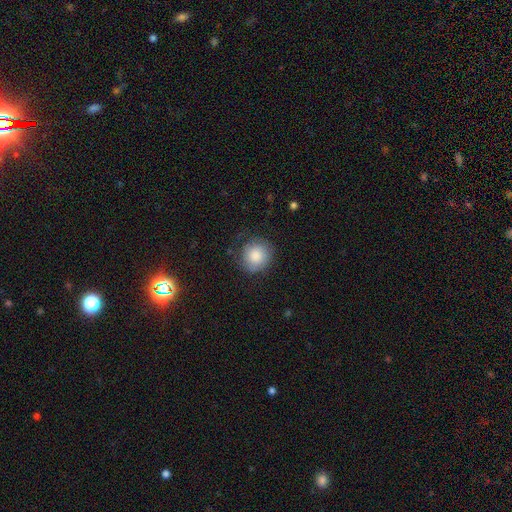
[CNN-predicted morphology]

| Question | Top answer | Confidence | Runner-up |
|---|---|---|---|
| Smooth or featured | smooth | 80% | featured or disk (13%) |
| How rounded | round | 90% | in between (9%) |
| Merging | none | 73% | minor disturbance (18%) |